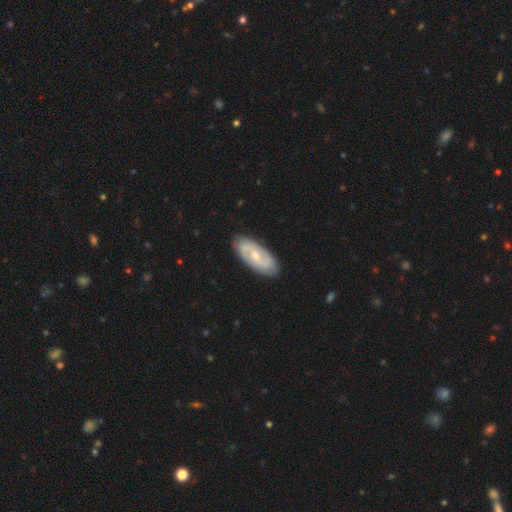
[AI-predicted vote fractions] Smooth or featured? Predicted: featured or disk (p=0.73). Edge-on disk? Predicted: no (p=0.92). Bar? Predicted: no (p=0.47). Spiral arms? Predicted: yes (p=0.88). Spiral winding? Predicted: medium (p=0.40). Spiral arm count? Predicted: 2 (p=0.81). Bulge size? Predicted: small (p=0.49). Merging? Predicted: none (p=0.87).